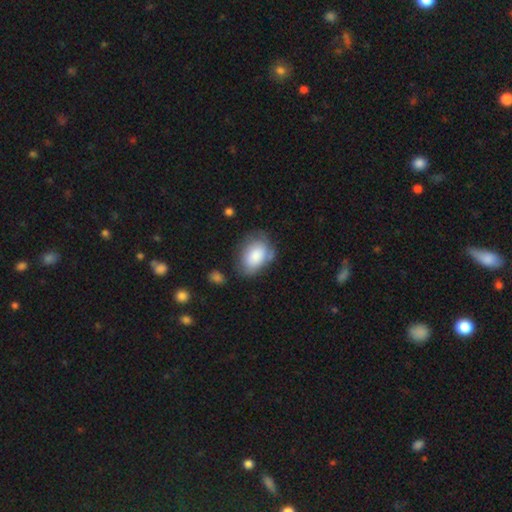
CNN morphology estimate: type=smooth (78%); roundness=in between (84%); merging=none (56%).